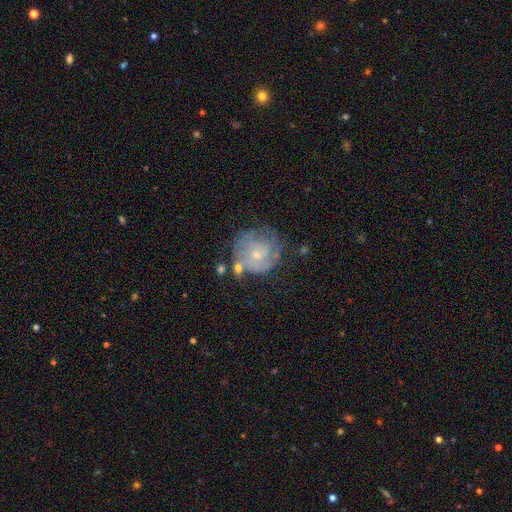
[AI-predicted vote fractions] Overall: featured or disk (68%). Edge-on disk: no (98%). Bar: no (81%). Spiral arms: yes (79%). Spiral arm count: can't tell (50%; 3 15%). Spiral winding: tight (64%; medium 26%). Bulge size: small (74%). Merging: none (57%; minor disturbance 22%).